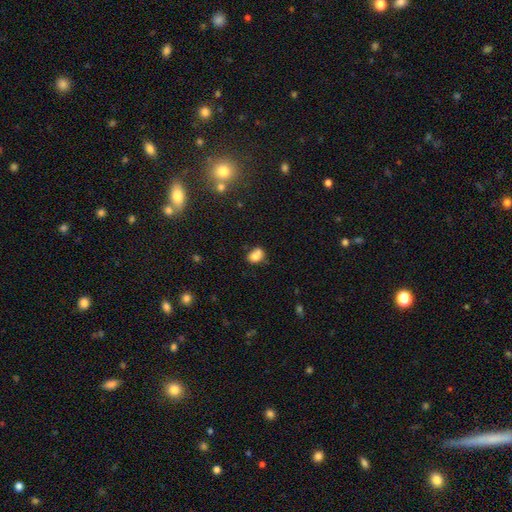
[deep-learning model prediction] smooth-or-featured: smooth: 77% | featured or disk: 12% | star or artifact: 11%
  how-rounded: in between: 57% | round: 42% | cigar-shaped: 1%
  merging: none: 43% | merger: 28% | minor disturbance: 21% | major disturbance: 7%